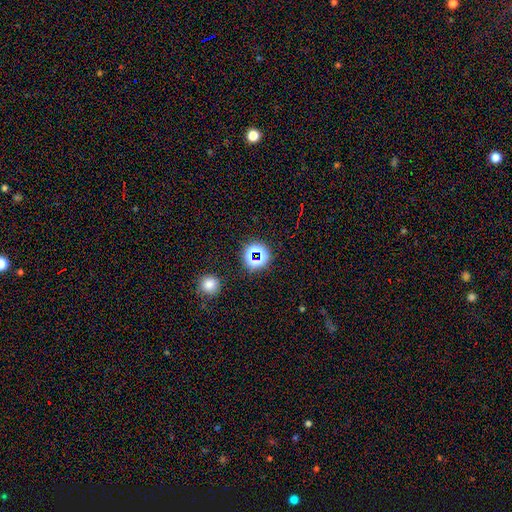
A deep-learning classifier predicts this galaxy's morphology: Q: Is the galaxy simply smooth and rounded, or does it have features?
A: star or artifact — 62%.